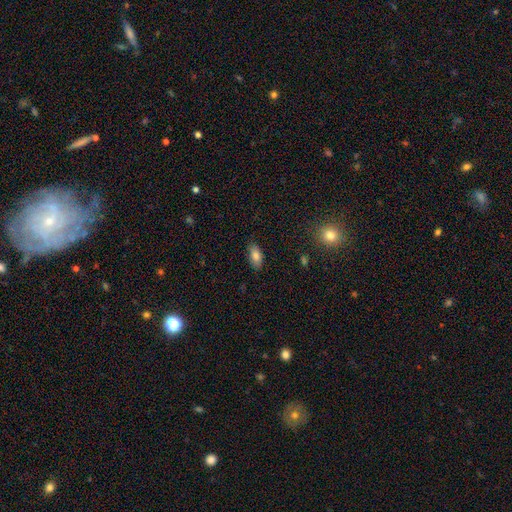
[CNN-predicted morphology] Smooth or featured?
  - smooth: 82% *
  - featured or disk: 10%
  - star or artifact: 8%
How rounded?
  - in between: 90% *
  - cigar-shaped: 6%
  - round: 4%
Merging?
  - none: 85% *
  - minor disturbance: 12%
  - major disturbance: 2%
  - merger: 1%